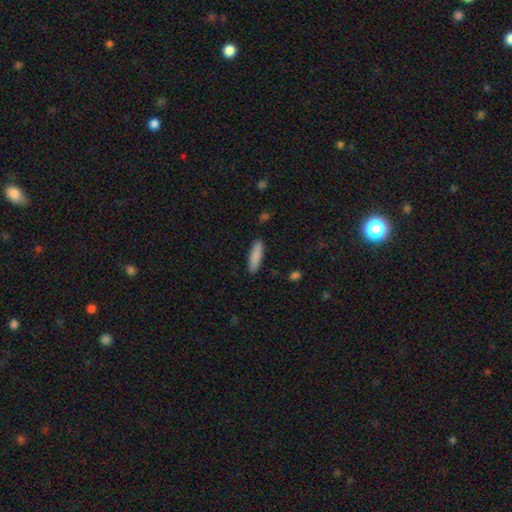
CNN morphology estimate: smooth_or_featured: smooth (p=0.87) [alt: featured or disk p=0.07]
how_rounded: cigar-shaped (p=0.64) [alt: in between p=0.34]
merging: none (p=0.88) [alt: minor disturbance p=0.09]